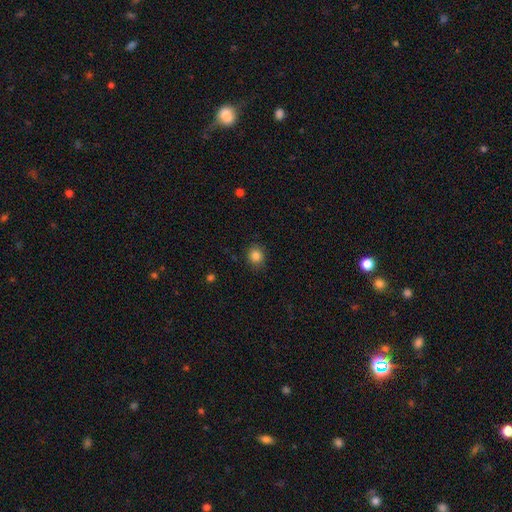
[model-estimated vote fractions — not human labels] Morphology: type=smooth (85%); roundness=round (79%); merging=none (87%).